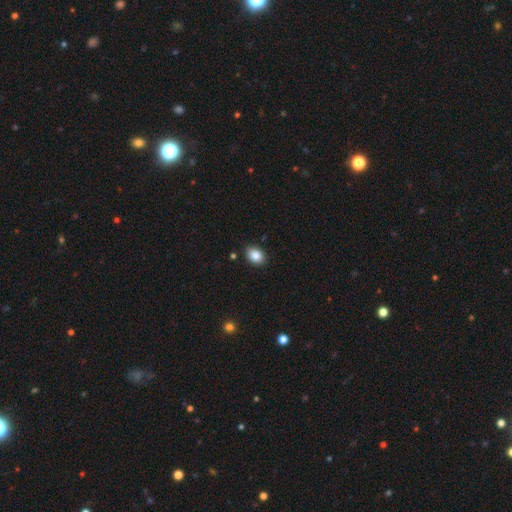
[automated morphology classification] Q: Smooth or featured?
A: smooth (86%); runner-up: star or artifact (8%)
Q: How rounded?
A: in between (73%); runner-up: round (26%)
Q: Merging?
A: none (88%); runner-up: minor disturbance (9%)